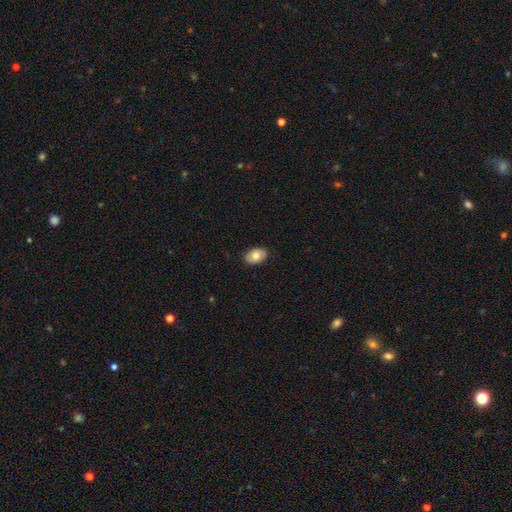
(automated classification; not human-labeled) A smooth galaxy with no disk features (75%) that is in between round and cigar-shaped (86%).

Vote fractions:
- Smooth or featured? smooth: 75% / featured or disk: 18% / star or artifact: 7%
- How rounded? in between: 86% / round: 13% / cigar-shaped: 1%
- Merging? none: 88% / minor disturbance: 9% / major disturbance: 2% / merger: 1%